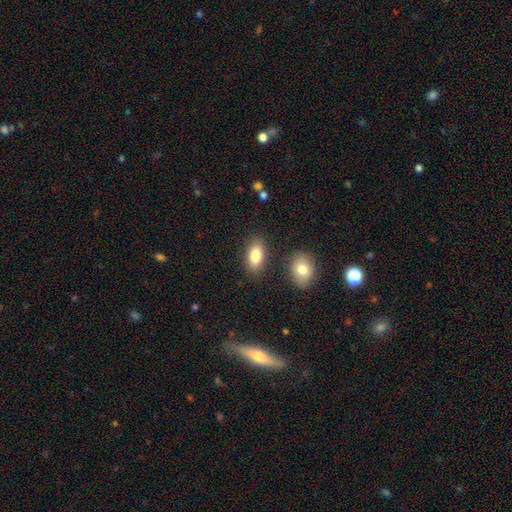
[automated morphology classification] smooth 83%, featured or disk 10%, star or artifact 7%. Down the decision tree: how rounded — in between (89%); merging — none (83%).